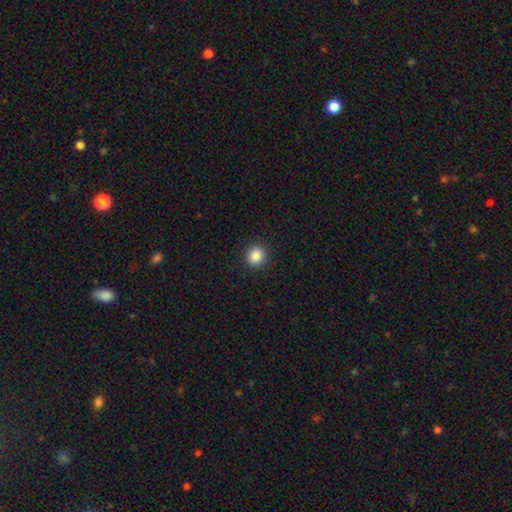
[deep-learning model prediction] Smooth or featured? smooth (87%)
How rounded? round (87%)
Merging? none (92%)